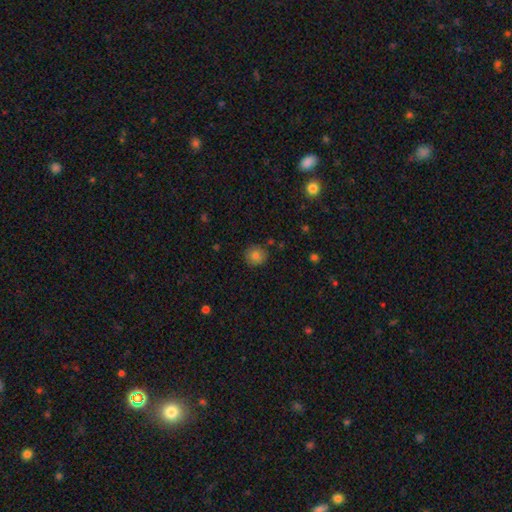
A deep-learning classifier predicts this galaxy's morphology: Q: Smooth or featured?
A: smooth (81%); runner-up: star or artifact (10%)
Q: How rounded?
A: round (90%); runner-up: in between (9%)
Q: Merging?
A: none (84%); runner-up: minor disturbance (11%)